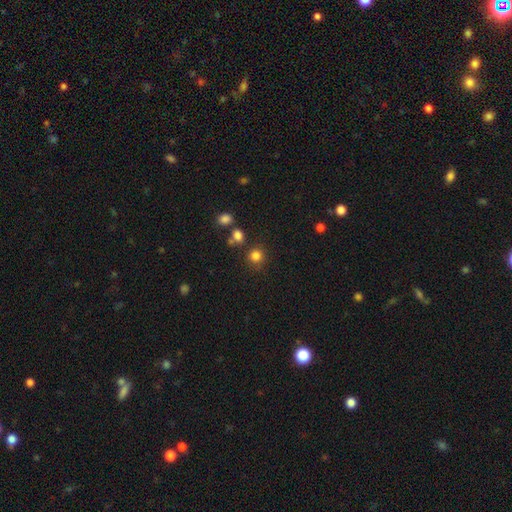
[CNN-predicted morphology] Smooth or featured: smooth — 82% (star or artifact — 13%)
How rounded: round — 89% (in between — 10%)
Merging: none — 78% (minor disturbance — 10%)